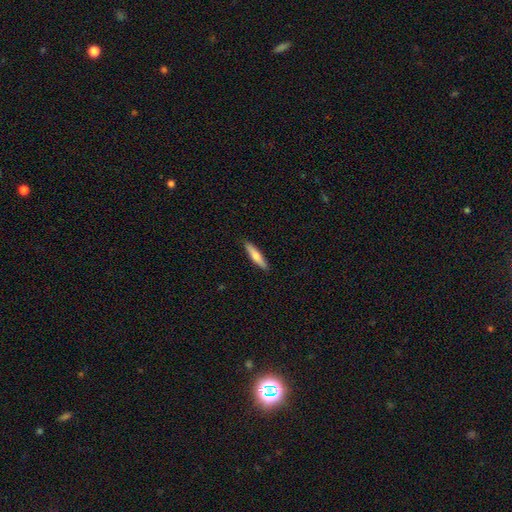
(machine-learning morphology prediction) A smooth galaxy with no disk features (69%) that is cigar-shaped (84%).

Vote fractions:
- Smooth or featured? smooth: 69% / featured or disk: 26% / star or artifact: 5%
- How rounded? cigar-shaped: 84% / in between: 15% / round: 1%
- Merging? none: 90% / minor disturbance: 8% / major disturbance: 1% / merger: 1%